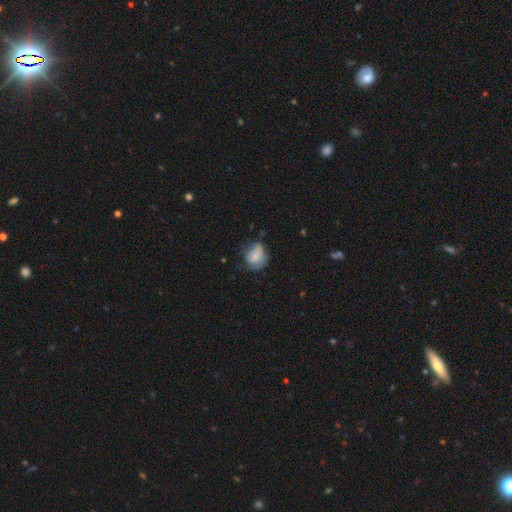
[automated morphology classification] This is likely a smooth galaxy (70%). How rounded: possibly round (58%). Merging: marginally none (41%).